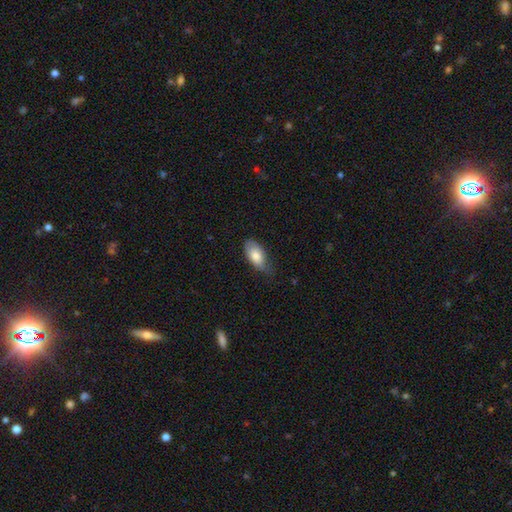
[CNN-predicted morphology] A smooth galaxy with no disk features (80%) that is in between round and cigar-shaped (92%). Merging: none (54%).